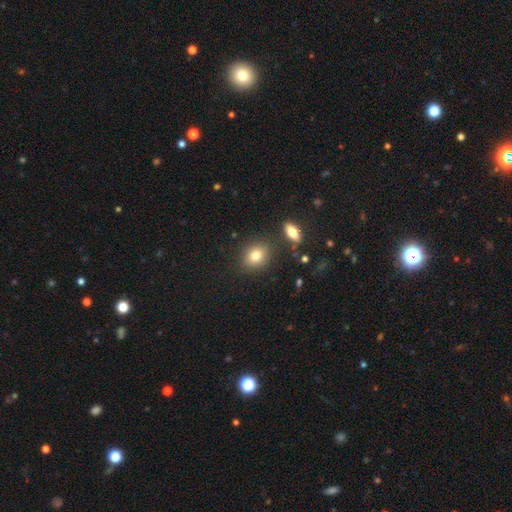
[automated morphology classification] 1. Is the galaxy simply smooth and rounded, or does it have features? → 81% smooth, 10% featured or disk, 10% star or artifact.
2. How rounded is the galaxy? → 49% round (tied), 49% in between (tied), 2% cigar-shaped.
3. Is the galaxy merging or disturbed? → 82% none, 9% minor disturbance, 5% merger, 3% major disturbance.